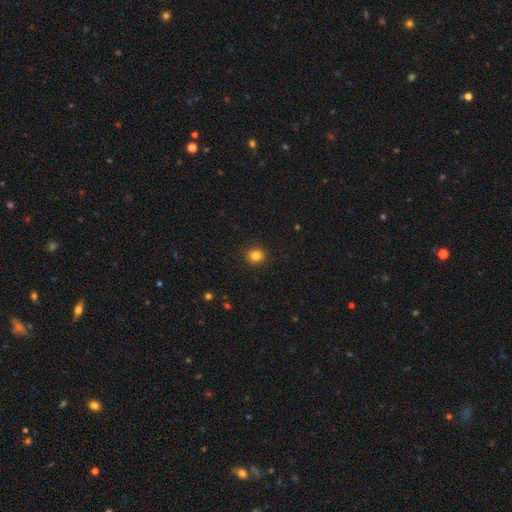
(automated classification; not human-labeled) Smooth or featured? Predicted: smooth (p=0.83). How rounded? Predicted: round (p=0.87). Merging? Predicted: none (p=0.92).